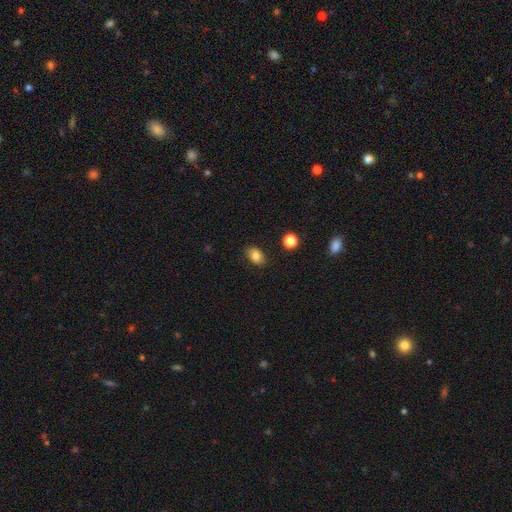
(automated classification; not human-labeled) Smooth or featured: smooth — 81% (star or artifact — 10%)
How rounded: in between — 80% (round — 19%)
Merging: none — 85% (minor disturbance — 11%)